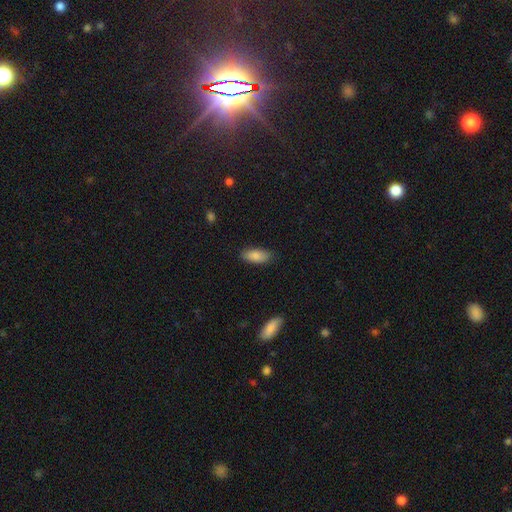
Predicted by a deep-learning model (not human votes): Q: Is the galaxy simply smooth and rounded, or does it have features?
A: smooth — 88%.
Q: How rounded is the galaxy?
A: in between — 84%.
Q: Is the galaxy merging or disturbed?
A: none — 84%.